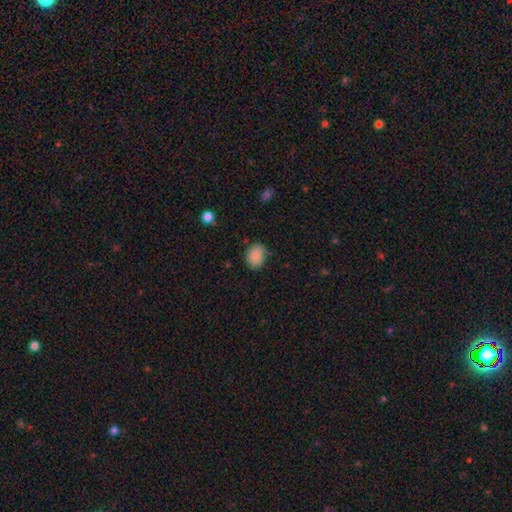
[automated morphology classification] Smooth or featured: smooth — 88% (star or artifact — 8%)
How rounded: in between — 58% (round — 41%)
Merging: none — 80% (minor disturbance — 15%)